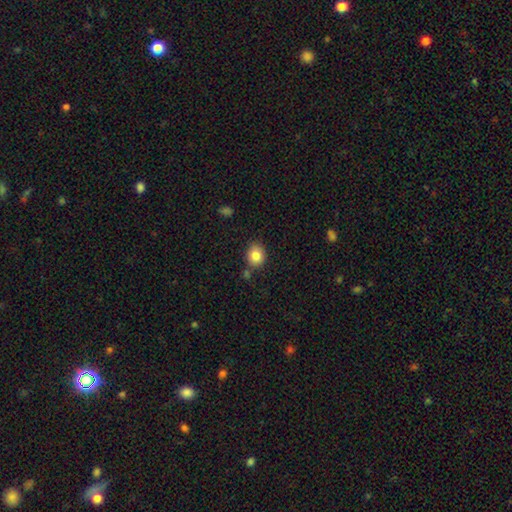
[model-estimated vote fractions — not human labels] Smooth or featured? Predicted: smooth (p=0.83). How rounded? Predicted: round (p=0.61). Merging? Predicted: none (p=0.76).